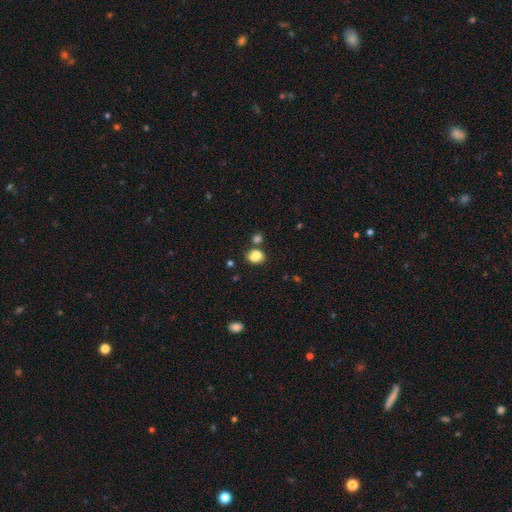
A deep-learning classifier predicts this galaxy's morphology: The model was most divided on "merging": none: 43%, merger: 40%, minor disturbance: 12%, major disturbance: 5%. More confident: smooth or featured — smooth (75%); how rounded — in between (51%).